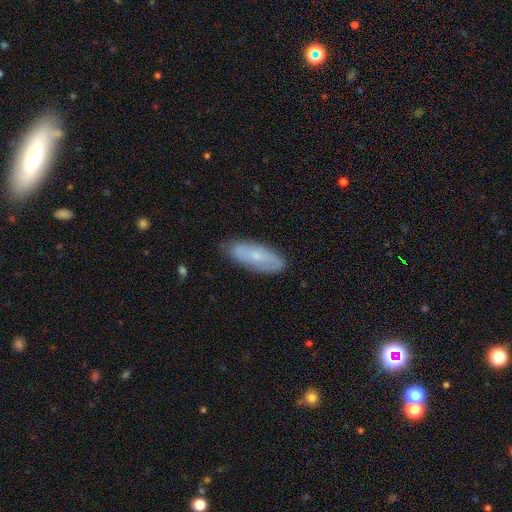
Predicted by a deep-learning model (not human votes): A smooth galaxy with no disk features (47%). Merging: none (80%).